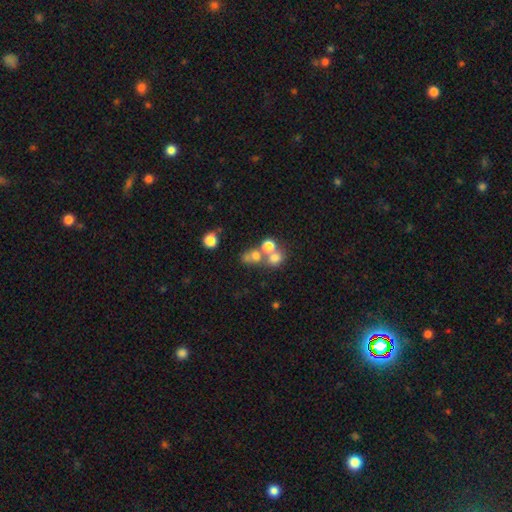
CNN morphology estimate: The model was most divided on "merging": merger: 47%, none: 38%, minor disturbance: 9%, major disturbance: 7%. More confident: how rounded — round (74%); smooth or featured — smooth (60%).